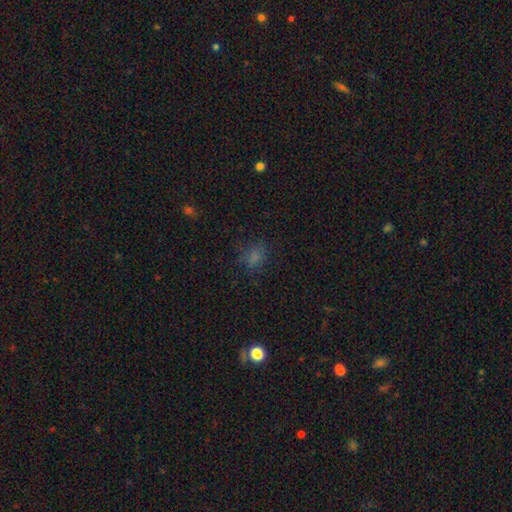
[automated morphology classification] Smooth or featured?
  - smooth: 65% *
  - star or artifact: 27%
  - featured or disk: 8%
How rounded?
  - round: 52% *
  - in between: 46%
  - cigar-shaped: 2%
Merging?
  - none: 75% *
  - minor disturbance: 16%
  - major disturbance: 7%
  - merger: 2%